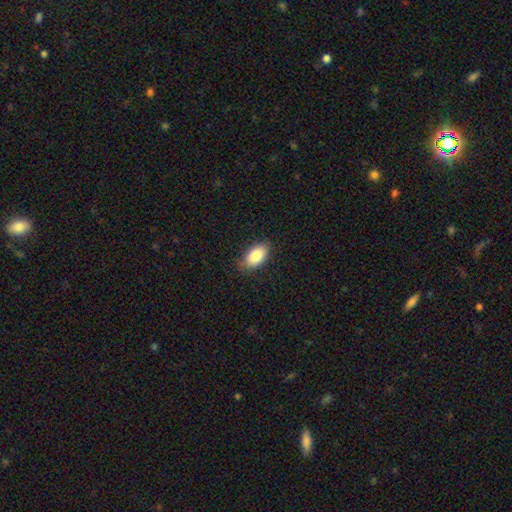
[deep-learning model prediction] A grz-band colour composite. It shows a smooth galaxy with no disk features (85%) that is in between round and cigar-shaped (93%). Merging: none (83%).